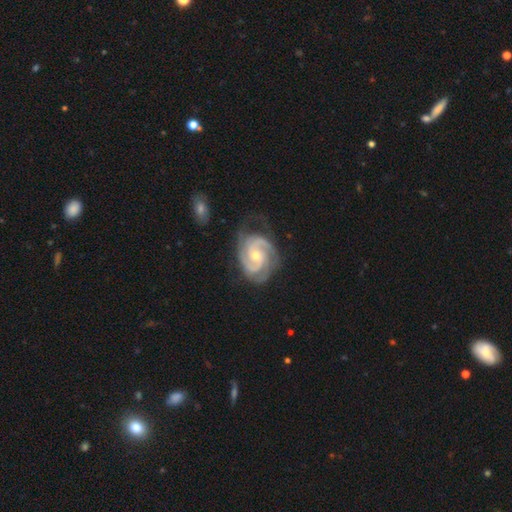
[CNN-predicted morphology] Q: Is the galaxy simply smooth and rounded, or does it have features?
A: featured or disk — 93%.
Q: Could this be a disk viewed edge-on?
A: no — 98%.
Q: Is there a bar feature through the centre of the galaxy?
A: no — 60%.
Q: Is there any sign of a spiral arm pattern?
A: yes — 98%.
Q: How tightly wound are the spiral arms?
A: tight — 64%.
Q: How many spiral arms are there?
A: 2 — 52%.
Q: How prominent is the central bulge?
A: moderate — 49%.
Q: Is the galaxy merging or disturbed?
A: none — 67%.